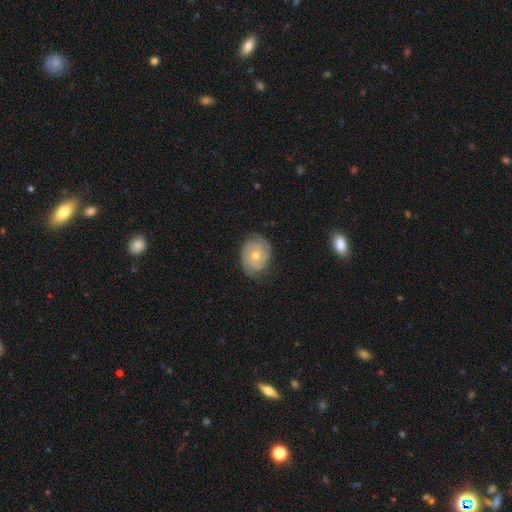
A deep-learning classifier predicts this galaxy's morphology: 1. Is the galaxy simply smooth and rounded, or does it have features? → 68% featured or disk, 24% smooth, 8% star or artifact.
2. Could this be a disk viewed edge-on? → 97% no, 3% yes.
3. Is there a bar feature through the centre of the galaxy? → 84% no, 13% weak, 3% strong.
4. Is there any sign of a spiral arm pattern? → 85% yes, 15% no.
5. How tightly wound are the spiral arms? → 70% tight, 22% medium, 8% loose.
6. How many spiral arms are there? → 54% 2, 27% can't tell, 9% 3, 4% 1, 3% 4, 3% more than 4.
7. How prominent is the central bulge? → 57% moderate, 40% small, 2% large, 1% none, 1% dominant.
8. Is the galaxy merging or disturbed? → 76% none, 17% minor disturbance, 5% major disturbance, 1% merger.